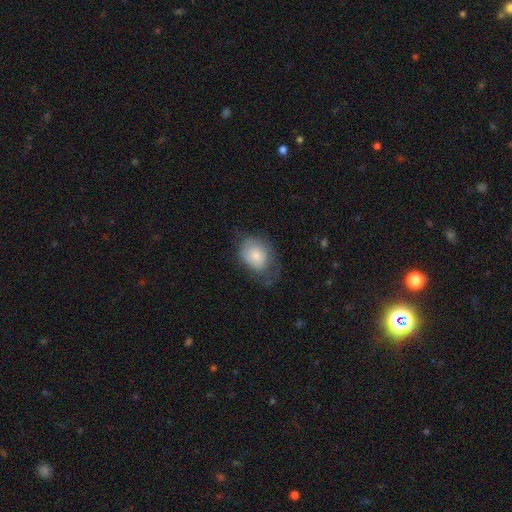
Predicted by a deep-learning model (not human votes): smooth-or-featured: smooth: 69% | featured or disk: 23% | star or artifact: 7%
  how-rounded: in between: 68% | round: 31% | cigar-shaped: 1%
  merging: none: 38% | minor disturbance: 34% | major disturbance: 27% | merger: 1%